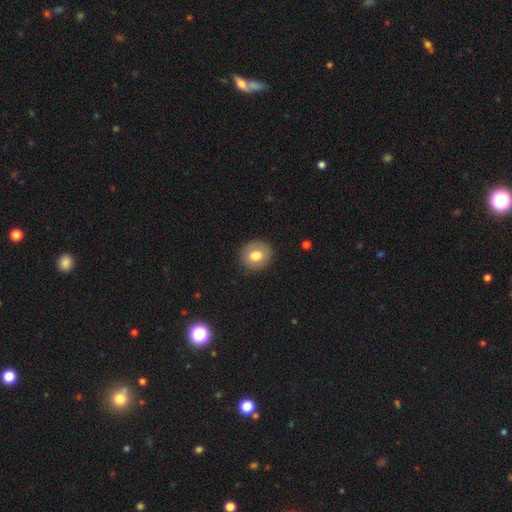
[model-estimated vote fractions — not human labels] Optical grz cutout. It shows a smooth galaxy with no disk features (77%) that is round (81%). Merging: none (87%).